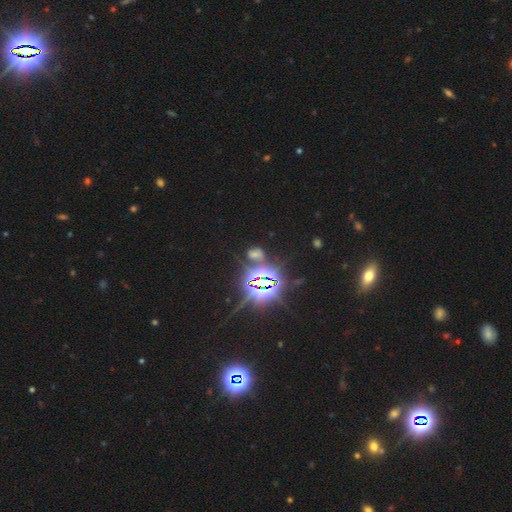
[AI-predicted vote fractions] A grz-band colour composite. It shows a star or artifact, not a galaxy (81%).